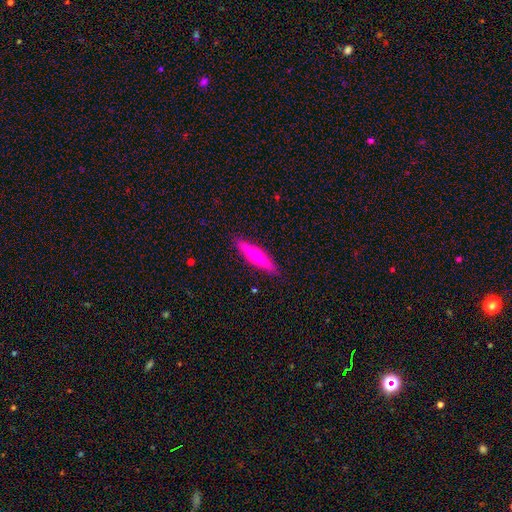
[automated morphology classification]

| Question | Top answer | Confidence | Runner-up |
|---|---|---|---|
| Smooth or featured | featured or disk | 52% | smooth (43%) |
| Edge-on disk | yes | 94% | no (6%) |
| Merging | none | 90% | minor disturbance (7%) |